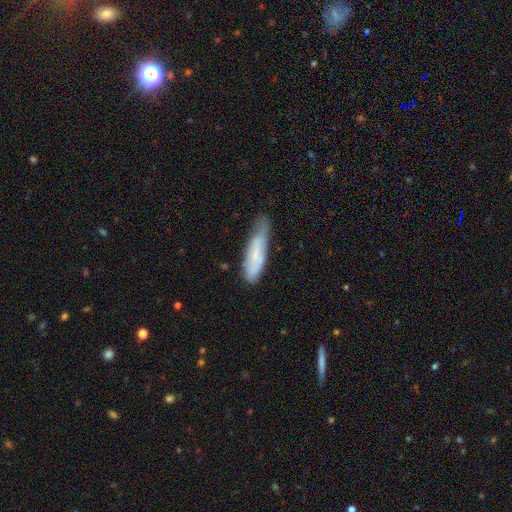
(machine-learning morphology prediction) smooth 61%, featured or disk 32%, star or artifact 7%. Down the decision tree: how rounded — cigar-shaped (67%); merging — none (45%).